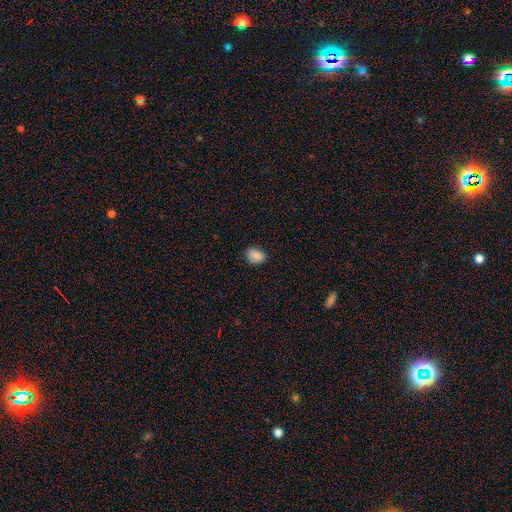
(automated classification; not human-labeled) Smooth or featured?
  - smooth: 86% *
  - star or artifact: 9%
  - featured or disk: 5%
How rounded?
  - in between: 71% *
  - round: 28%
  - cigar-shaped: 1%
Merging?
  - none: 78% *
  - minor disturbance: 18%
  - major disturbance: 3%
  - merger: 1%